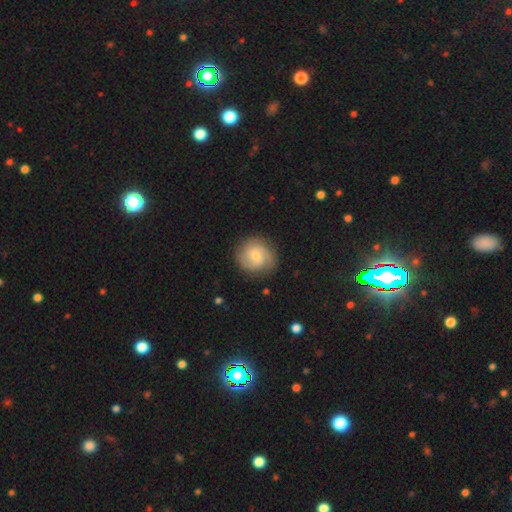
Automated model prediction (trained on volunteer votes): This appears to be a featured or disk galaxy (62%) with no bar (56%), 2 (62%) tight (44%) spiral arms (91%) and a moderate central bulge (54%). Merging: none (84%).